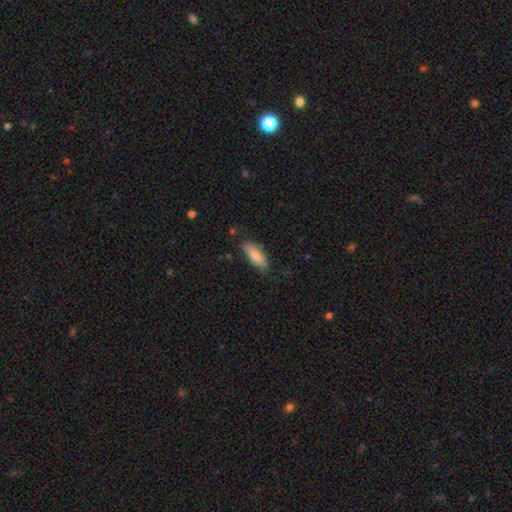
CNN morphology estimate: This appears to be a smooth galaxy with no disk features (82%) that is in between round and cigar-shaped (62%). Merging: none (77%).